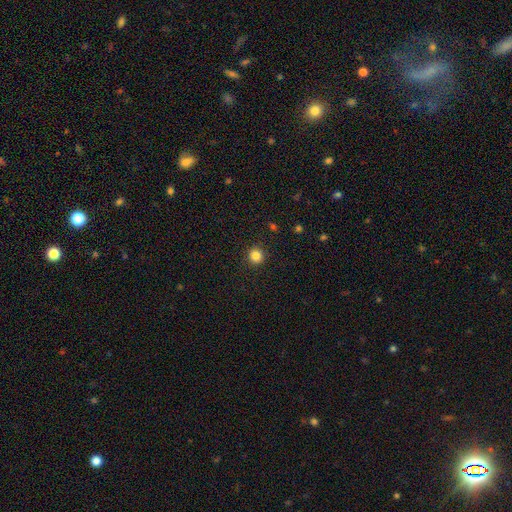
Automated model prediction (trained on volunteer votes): Smooth or featured? smooth (85%)
How rounded? round (93%)
Merging? none (92%)